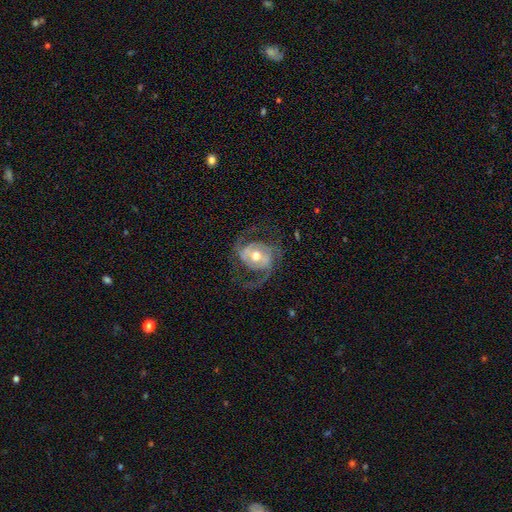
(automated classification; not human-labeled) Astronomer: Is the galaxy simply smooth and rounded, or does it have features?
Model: featured or disk — 87%.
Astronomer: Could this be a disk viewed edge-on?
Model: no — 97%.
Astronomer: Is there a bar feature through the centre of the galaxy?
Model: weak — 39% (runner-up: no, 36%).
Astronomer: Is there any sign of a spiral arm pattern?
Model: yes — 95%.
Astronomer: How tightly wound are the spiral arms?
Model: medium — 51% (runner-up: loose, 31%).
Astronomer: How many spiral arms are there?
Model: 2 — 78%.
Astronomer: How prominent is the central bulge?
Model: moderate — 72%.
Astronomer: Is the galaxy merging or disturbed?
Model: none — 66%.